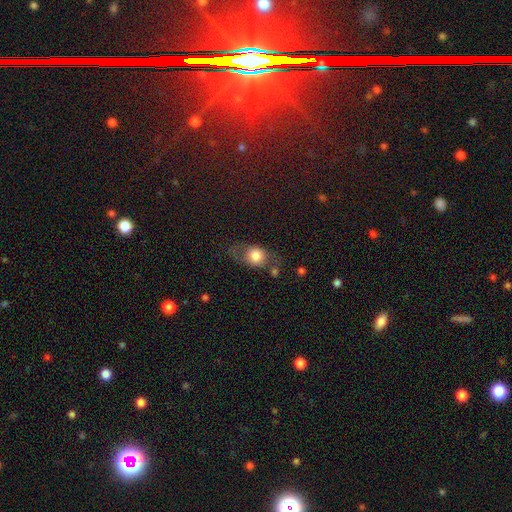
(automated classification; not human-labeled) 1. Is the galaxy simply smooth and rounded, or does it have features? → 69% smooth, 23% featured or disk, 9% star or artifact.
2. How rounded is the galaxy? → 51% round, 46% in between, 3% cigar-shaped.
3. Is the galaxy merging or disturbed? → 57% none, 23% minor disturbance, 13% major disturbance, 7% merger.